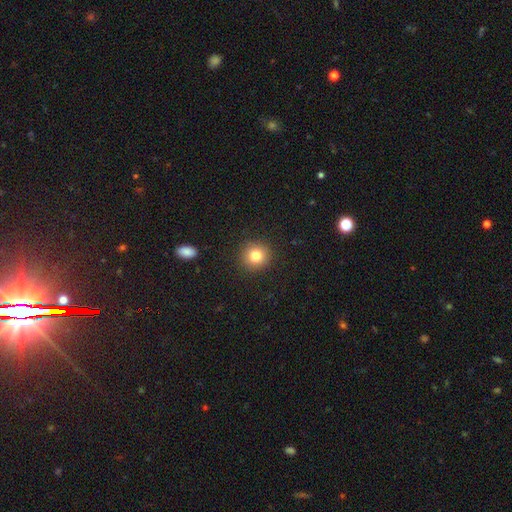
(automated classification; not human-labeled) Q: Smooth or featured?
A: smooth (81%); runner-up: star or artifact (11%)
Q: How rounded?
A: round (92%); runner-up: in between (7%)
Q: Merging?
A: none (91%); runner-up: minor disturbance (6%)